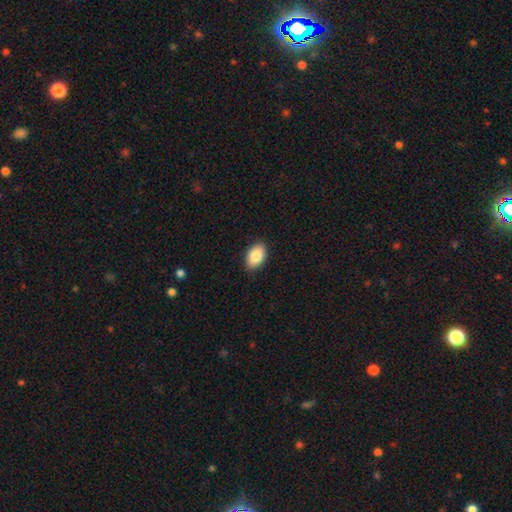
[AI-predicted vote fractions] Smooth or featured: smooth — 86% (star or artifact — 7%)
How rounded: in between — 91% (round — 8%)
Merging: none — 89% (minor disturbance — 8%)